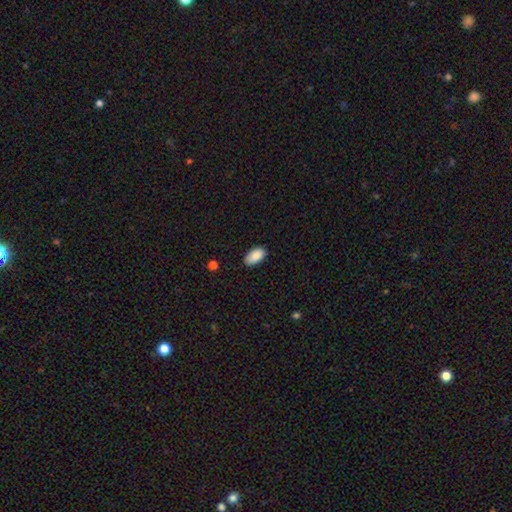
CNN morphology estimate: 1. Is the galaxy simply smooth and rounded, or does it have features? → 88% smooth, 7% star or artifact, 5% featured or disk.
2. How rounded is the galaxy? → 95% in between, 3% round, 2% cigar-shaped.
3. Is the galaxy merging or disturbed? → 85% none, 12% minor disturbance, 2% major disturbance, 1% merger.